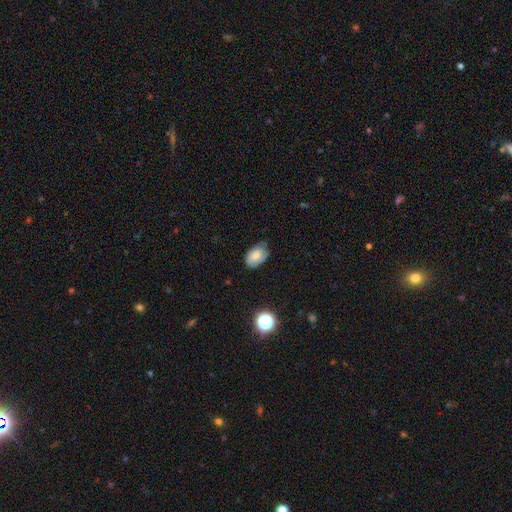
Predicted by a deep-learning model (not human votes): This is likely a smooth galaxy (75%). How rounded: clearly in between (87%). Merging: likely none (62%).